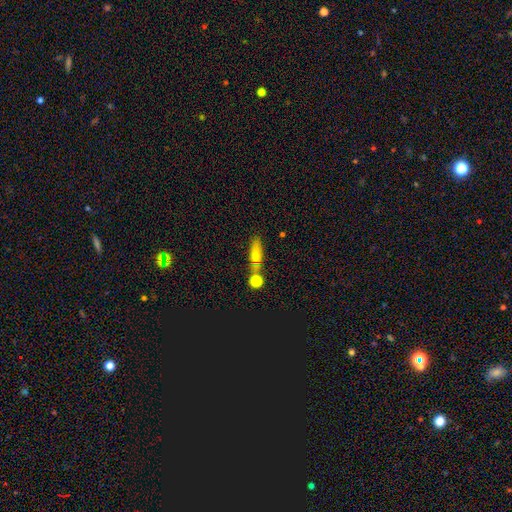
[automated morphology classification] smooth_or_featured: smooth (p=0.69) [alt: featured or disk p=0.19]
how_rounded: cigar-shaped (p=0.46) [alt: in between p=0.45]
merging: none (p=0.50) [alt: merger p=0.27]